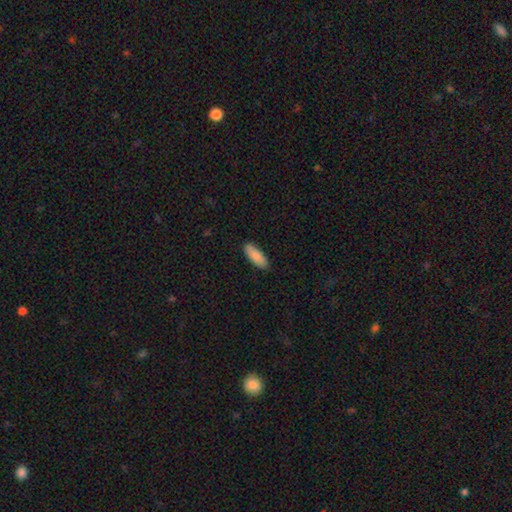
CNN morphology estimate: Smooth or featured?
  - smooth: 89% *
  - featured or disk: 6%
  - star or artifact: 6%
How rounded?
  - in between: 71% *
  - cigar-shaped: 28%
  - round: 2%
Merging?
  - none: 86% *
  - minor disturbance: 11%
  - major disturbance: 2%
  - merger: 1%